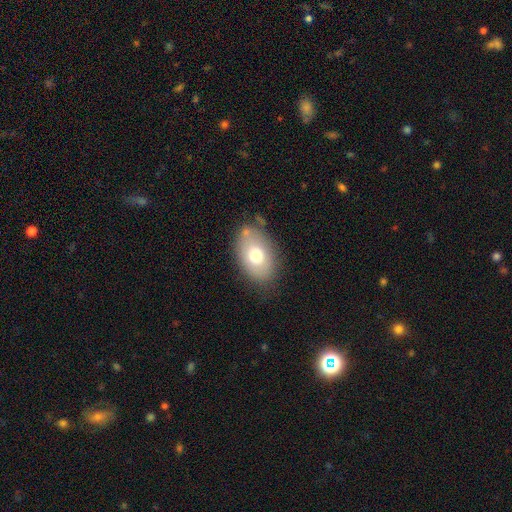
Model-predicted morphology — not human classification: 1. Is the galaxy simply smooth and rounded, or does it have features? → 71% smooth, 20% featured or disk, 9% star or artifact.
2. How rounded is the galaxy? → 84% in between, 14% round, 1% cigar-shaped.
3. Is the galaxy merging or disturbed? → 73% none, 17% minor disturbance, 6% major disturbance, 5% merger.